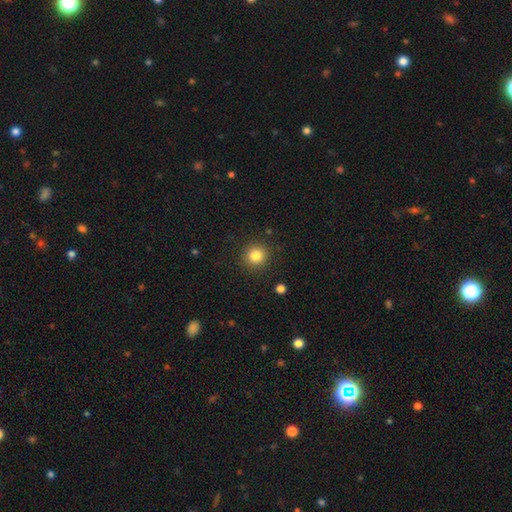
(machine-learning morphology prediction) Q: Smooth or featured?
A: smooth (83%); runner-up: star or artifact (11%)
Q: How rounded?
A: round (93%); runner-up: in between (6%)
Q: Merging?
A: none (90%); runner-up: minor disturbance (6%)